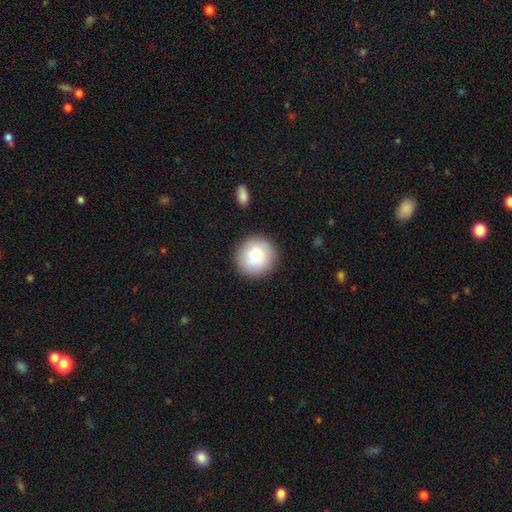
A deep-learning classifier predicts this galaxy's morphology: Smooth or featured? smooth (84%)
How rounded? round (93%)
Merging? none (85%)